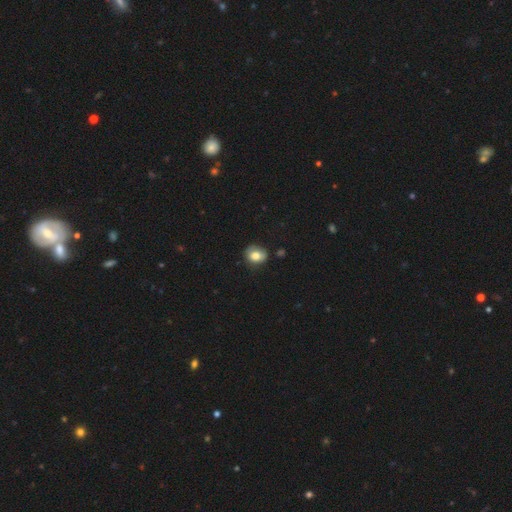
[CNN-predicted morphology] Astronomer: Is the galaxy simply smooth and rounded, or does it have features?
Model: smooth — 78%.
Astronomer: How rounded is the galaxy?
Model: round — 54% (runner-up: in between, 45%).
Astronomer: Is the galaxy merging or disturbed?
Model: none — 66%.